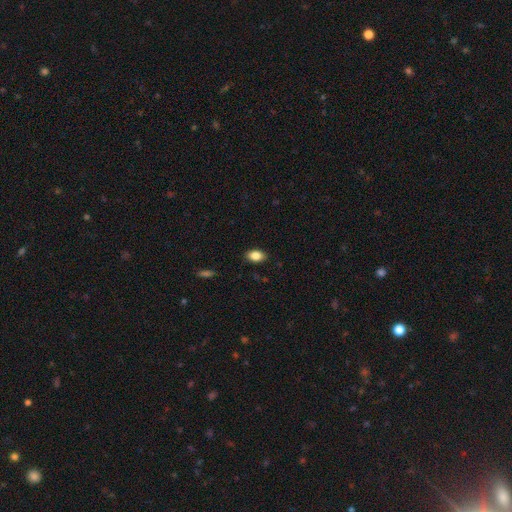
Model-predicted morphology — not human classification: Smooth or featured? Predicted: smooth (p=0.85). How rounded? Predicted: in between (p=0.88). Merging? Predicted: none (p=0.87).